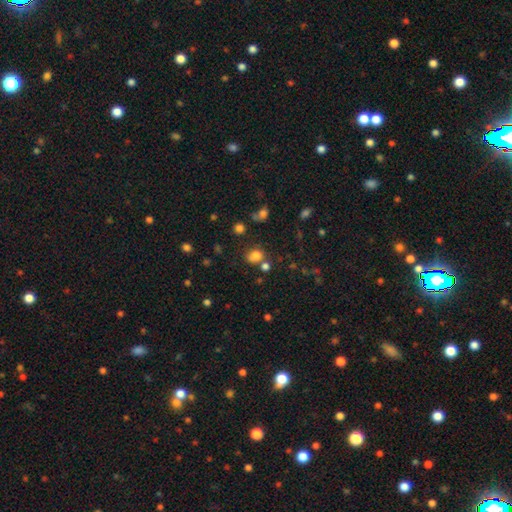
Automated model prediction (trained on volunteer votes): Smooth or featured? Predicted: smooth (p=0.76). How rounded? Predicted: round (p=0.55). Merging? Predicted: none (p=0.63).